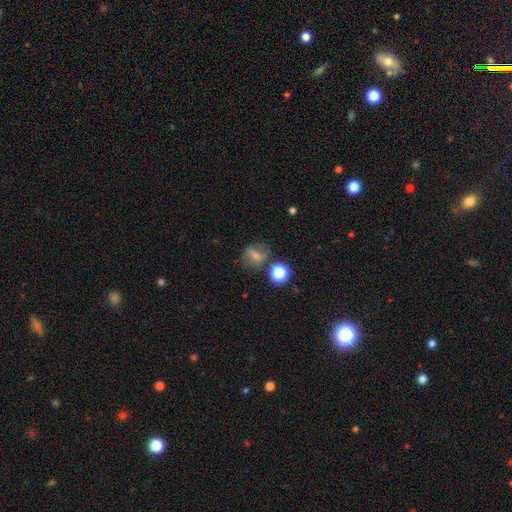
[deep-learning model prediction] Morphology: type=smooth (39%); merging=none (69%).